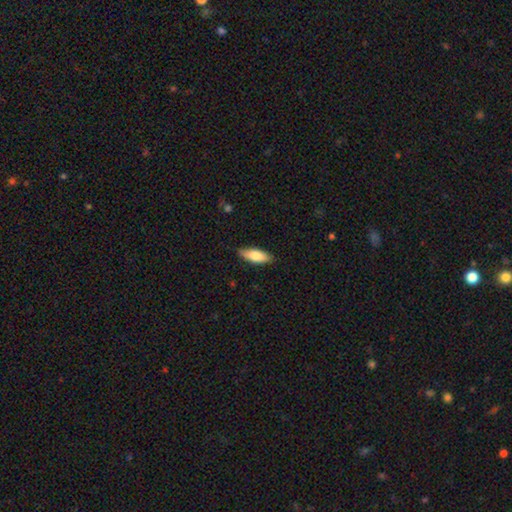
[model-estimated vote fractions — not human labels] Smooth or featured: smooth — 80% (featured or disk — 15%)
How rounded: in between — 69% (cigar-shaped — 29%)
Merging: none — 85% (minor disturbance — 12%)